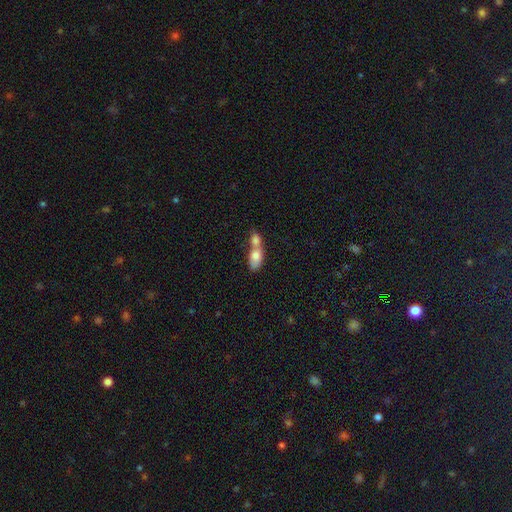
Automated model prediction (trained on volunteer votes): Smooth or featured? smooth (76%)
How rounded? in between (80%)
Merging? merger (76%)